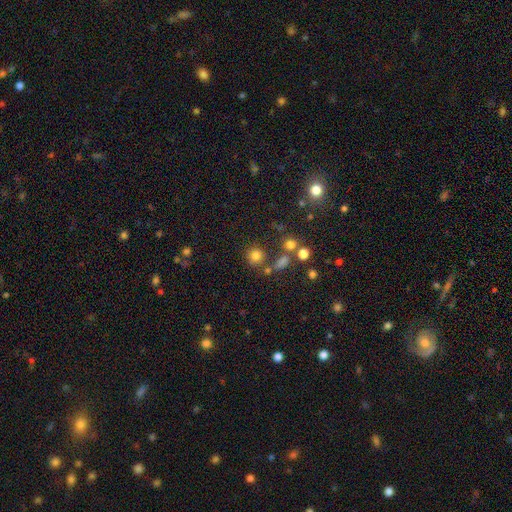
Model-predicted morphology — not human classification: smooth 76%, star or artifact 17%, featured or disk 8%. Down the decision tree: how rounded — round (89%); merging — none (71%).